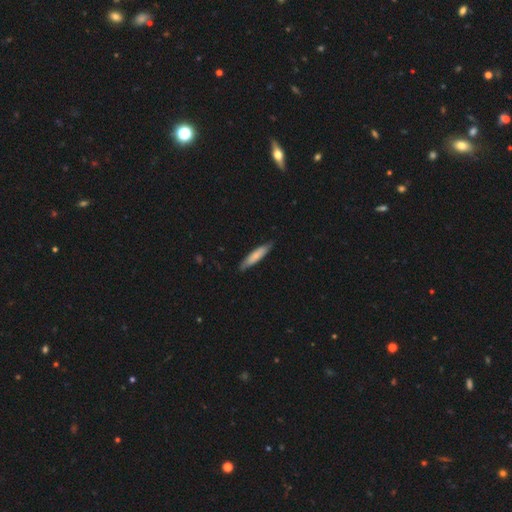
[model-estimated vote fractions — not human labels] Overall: smooth (71%). How rounded: cigar-shaped (83%). Merging: none (83%).